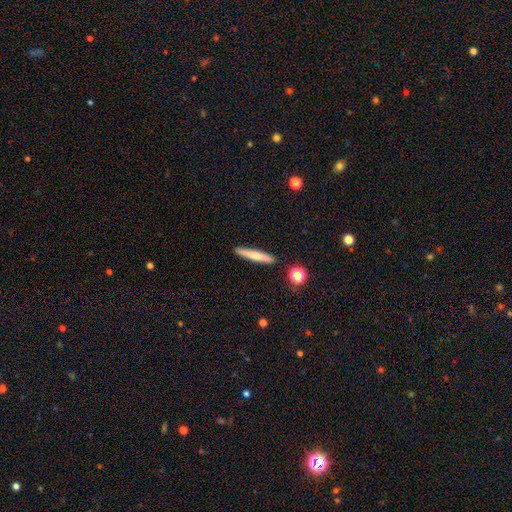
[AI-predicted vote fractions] This is likely a smooth galaxy (66%). How rounded: clearly cigar-shaped (92%). Merging: clearly none (90%).